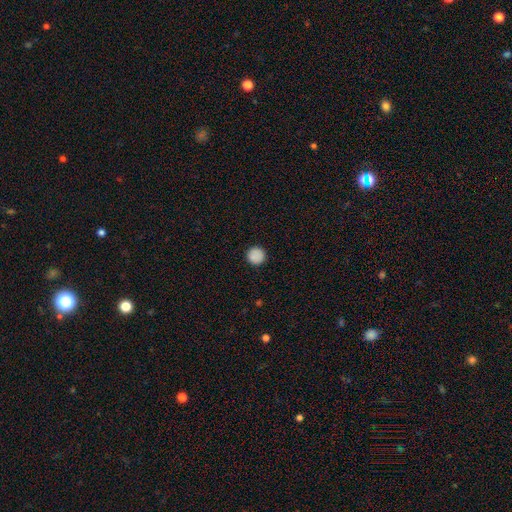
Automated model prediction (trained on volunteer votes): Smooth or featured: smooth — 88% (star or artifact — 9%)
How rounded: round — 96% (in between — 3%)
Merging: none — 92% (minor disturbance — 5%)